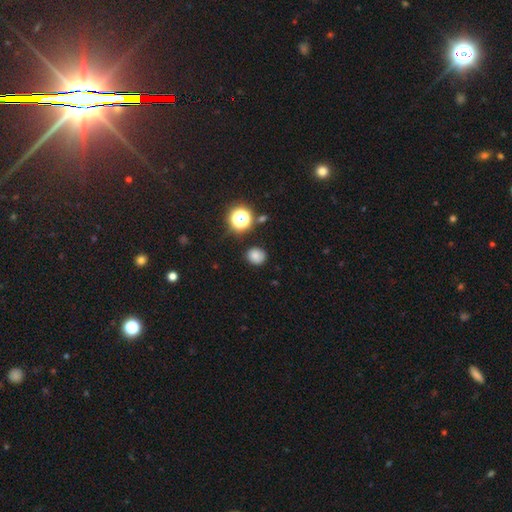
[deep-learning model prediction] smooth_or_featured: smooth (p=0.77) [alt: star or artifact p=0.16]
how_rounded: round (p=0.73) [alt: in between p=0.26]
merging: none (p=0.83) [alt: minor disturbance p=0.12]